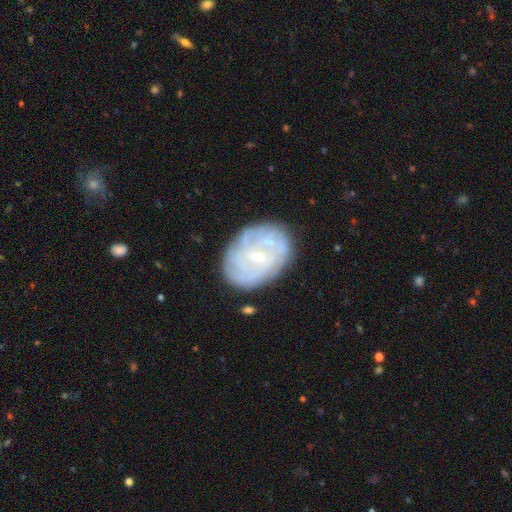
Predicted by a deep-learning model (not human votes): Q: Smooth or featured?
A: featured or disk (70%); runner-up: smooth (22%)
Q: Edge-on disk?
A: no (97%); runner-up: yes (3%)
Q: Bar?
A: weak (45%); tied with: no (45%)
Q: Spiral arms?
A: yes (80%); runner-up: no (20%)
Q: Spiral winding?
A: tight (64%); runner-up: medium (26%)
Q: Spiral arm count?
A: can't tell (54%); runner-up: 4 (13%)
Q: Bulge size?
A: small (70%); runner-up: moderate (24%)
Q: Merging?
A: none (77%); runner-up: minor disturbance (16%)